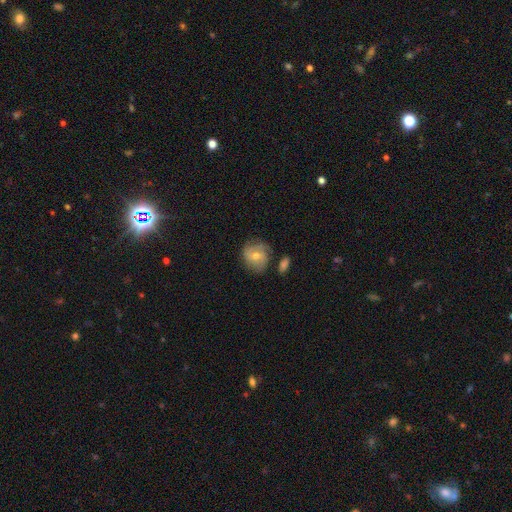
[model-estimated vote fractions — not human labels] Smooth or featured? featured or disk (57%)
Edge-on disk? no (97%)
Bar? no (64%)
Spiral arms? yes (83%)
Bulge size? moderate (62%)
Merging? none (68%)